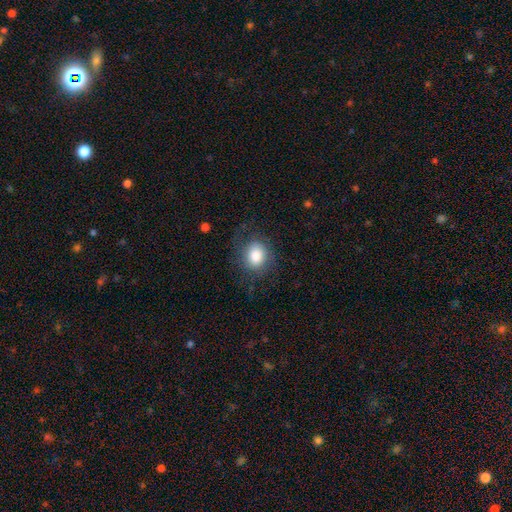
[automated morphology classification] Smooth or featured? Predicted: smooth (p=0.75). How rounded? Predicted: round (p=0.58). Merging? Predicted: none (p=0.68).